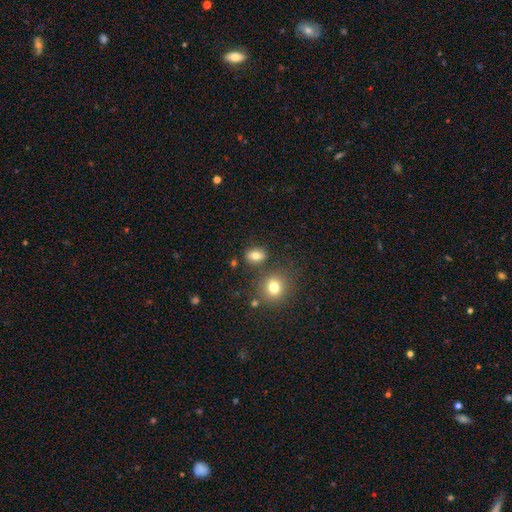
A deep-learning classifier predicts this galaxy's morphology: A smooth galaxy with no disk features (79%) that is in between round and cigar-shaped (72%). Merging: none (78%).